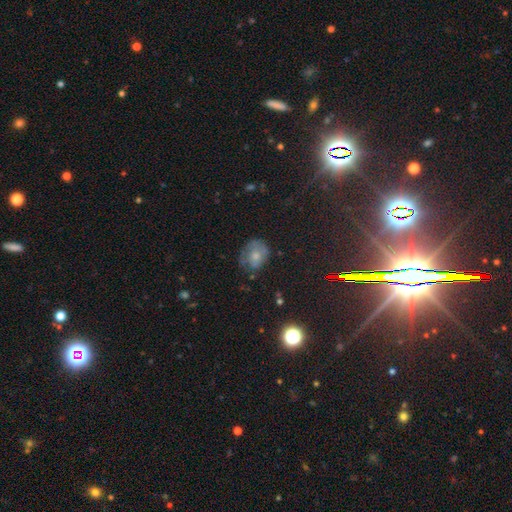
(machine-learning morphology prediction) This is likely a smooth galaxy (62%). How rounded: possibly round (56%). Merging: possibly none (48%).